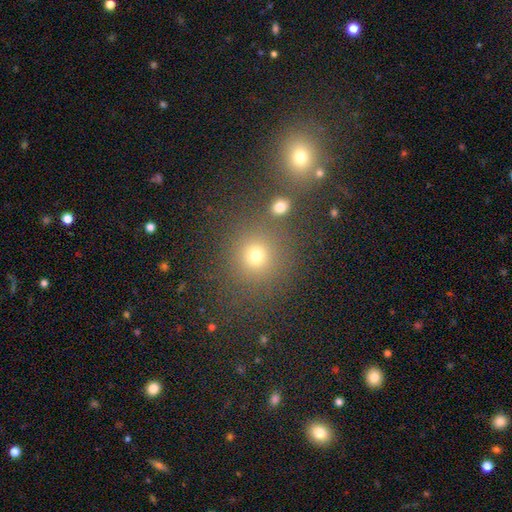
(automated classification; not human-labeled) Smooth or featured: smooth — 69% (star or artifact — 23%)
How rounded: round — 90% (in between — 8%)
Merging: none — 79% (merger — 9%)